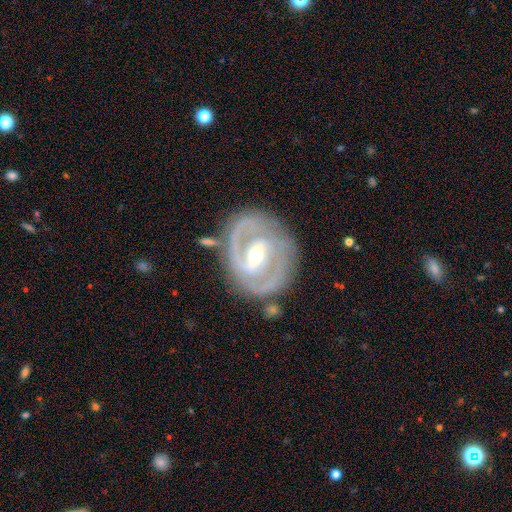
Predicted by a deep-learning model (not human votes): Smooth or featured?
  - featured or disk: 89% *
  - smooth: 6%
  - star or artifact: 4%
Edge-on disk?
  - no: 97% *
  - yes: 3%
Bar?
  - weak: 45% *
  - strong: 42%
  - no: 13%
Spiral arms?
  - yes: 96% *
  - no: 4%
Spiral winding?
  - tight: 47% *
  - medium: 44%
  - loose: 10%
Spiral arm count?
  - 2: 77% *
  - 3: 9%
  - can't tell: 7%
  - 1: 3%
  - 4: 2%
  - more than 4: 2%
Bulge size?
  - moderate: 64% *
  - small: 30%
  - large: 4%
  - none: 1%
  - dominant: 1%
Merging?
  - none: 75% *
  - minor disturbance: 15%
  - major disturbance: 6%
  - merger: 4%